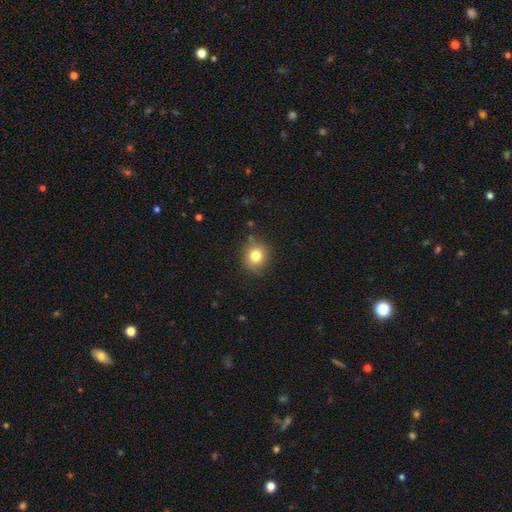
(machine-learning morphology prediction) The model was most divided on "how rounded": round: 83%, in between: 16%, cigar-shaped: 1%. More confident: merging — none (82%); smooth or featured — smooth (79%).